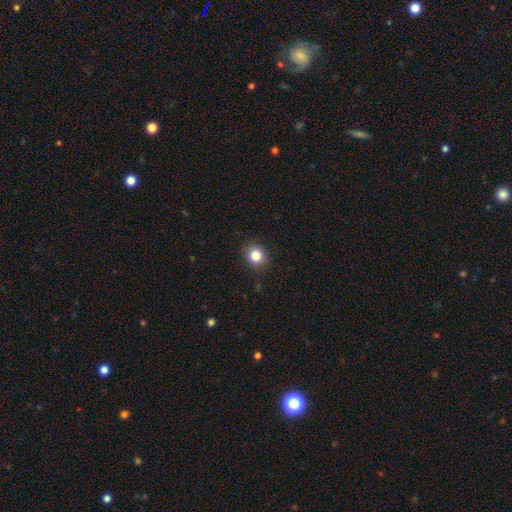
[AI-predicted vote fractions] This is clearly a smooth galaxy (83%). How rounded: clearly round (81%). Merging: clearly none (90%).